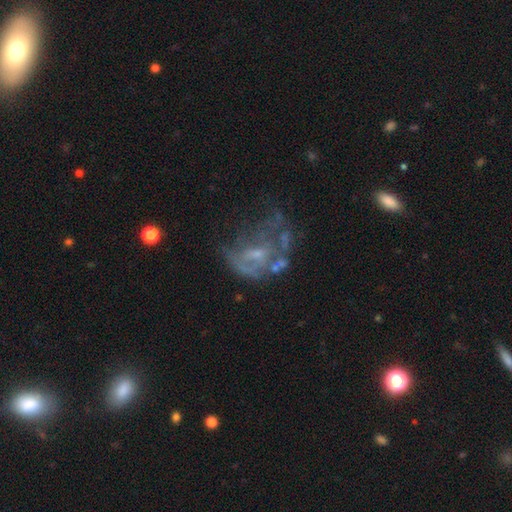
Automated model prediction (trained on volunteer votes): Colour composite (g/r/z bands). It shows a featured or disk galaxy (66%) with no bar (71%), no spiral arms (72%) and a small central bulge (43%). Merging: major disturbance (41%).